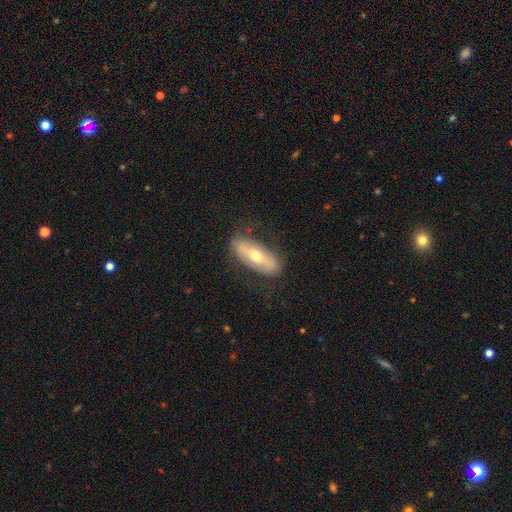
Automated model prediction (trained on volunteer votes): A featured or disk galaxy (47%, tied with smooth).

Vote fractions:
- Smooth or featured? featured or disk: 47% (tied) / smooth: 47% (tied) / star or artifact: 6%
- Merging? none: 78% / minor disturbance: 15% / major disturbance: 5% / merger: 1%